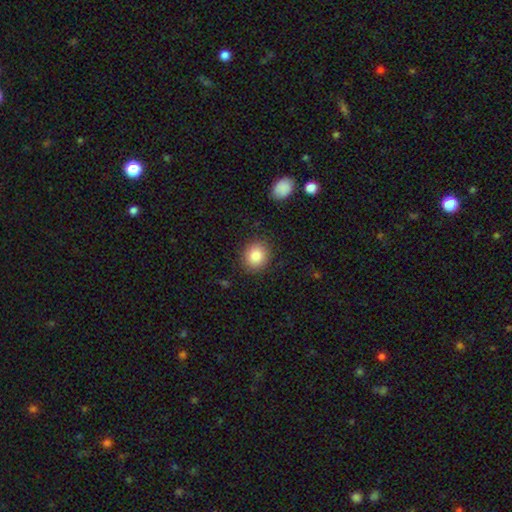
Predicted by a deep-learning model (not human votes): This appears to be a smooth galaxy with no disk features (84%) that is round (75%). Merging: none (88%).